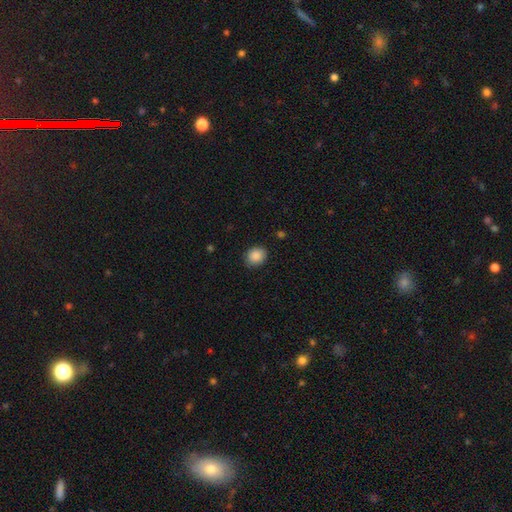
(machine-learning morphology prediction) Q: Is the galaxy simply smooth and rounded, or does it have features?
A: smooth — 88%.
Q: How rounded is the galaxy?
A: round — 63%.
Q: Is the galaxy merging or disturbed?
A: none — 83%.